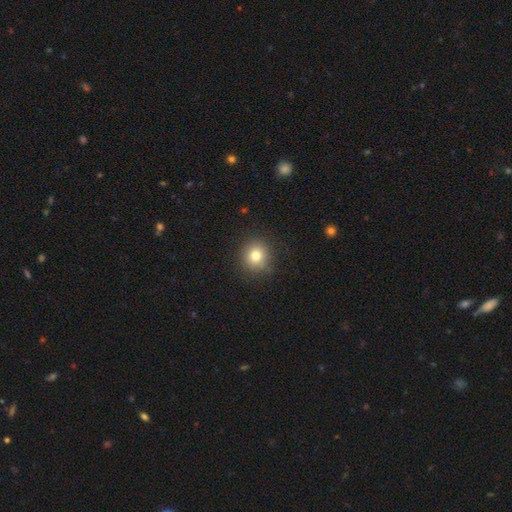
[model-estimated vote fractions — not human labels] Q: Smooth or featured?
A: smooth (78%); runner-up: star or artifact (12%)
Q: How rounded?
A: round (87%); runner-up: in between (12%)
Q: Merging?
A: none (86%); runner-up: minor disturbance (10%)